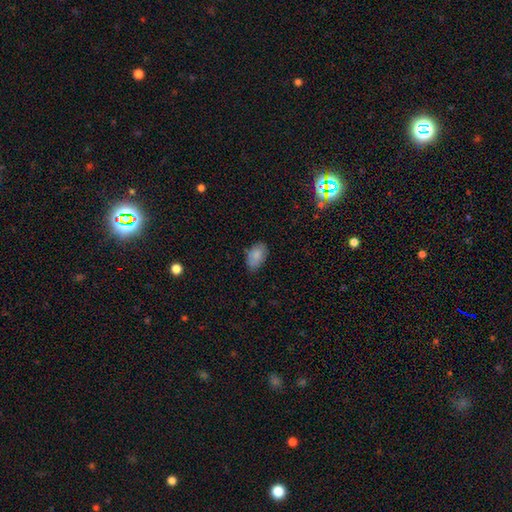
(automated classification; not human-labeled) Smooth or featured: smooth — 84% (featured or disk — 8%)
How rounded: in between — 91% (round — 7%)
Merging: none — 76% (minor disturbance — 19%)